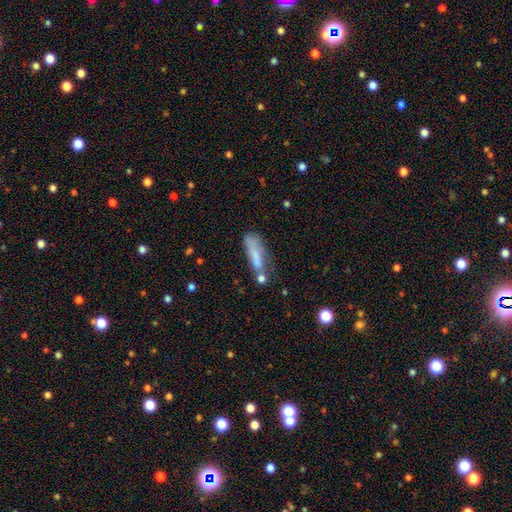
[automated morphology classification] Smooth or featured?
  - smooth: 71% *
  - featured or disk: 20%
  - star or artifact: 9%
How rounded?
  - cigar-shaped: 63% *
  - in between: 35%
  - round: 2%
Merging?
  - none: 38% *
  - minor disturbance: 26%
  - major disturbance: 19%
  - merger: 17%